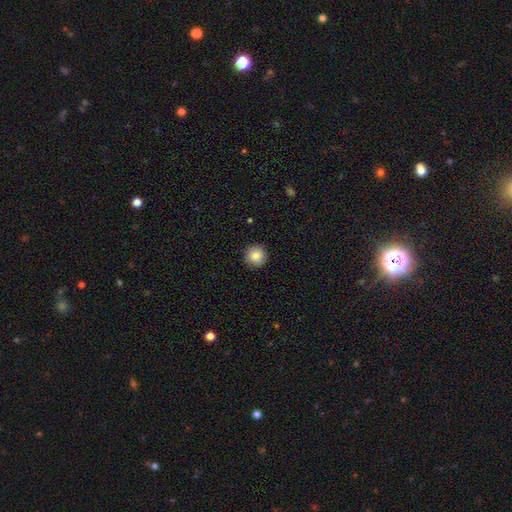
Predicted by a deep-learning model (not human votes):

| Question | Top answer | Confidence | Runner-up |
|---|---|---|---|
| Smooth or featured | smooth | 85% | star or artifact (9%) |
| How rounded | round | 95% | in between (4%) |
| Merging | none | 91% | minor disturbance (6%) |